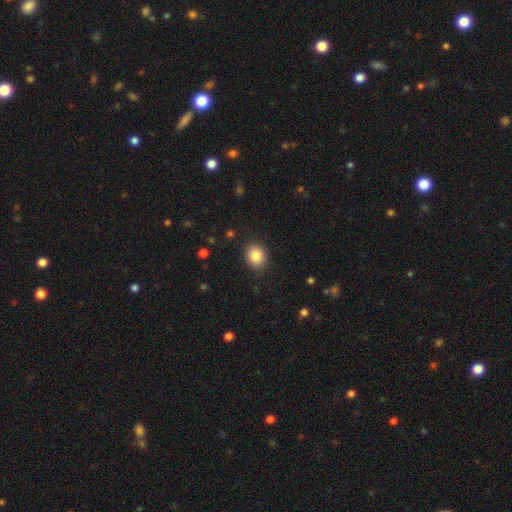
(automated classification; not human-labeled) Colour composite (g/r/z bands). It shows a smooth galaxy with no disk features (84%) that is round (59%). Merging: none (88%).